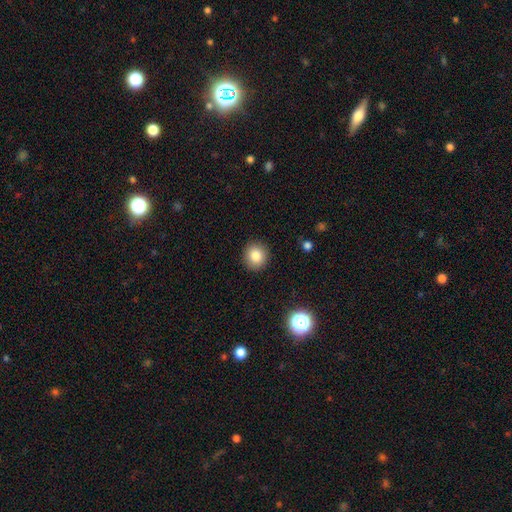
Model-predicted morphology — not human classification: Smooth or featured? Predicted: smooth (p=0.83). How rounded? Predicted: round (p=0.88). Merging? Predicted: none (p=0.91).